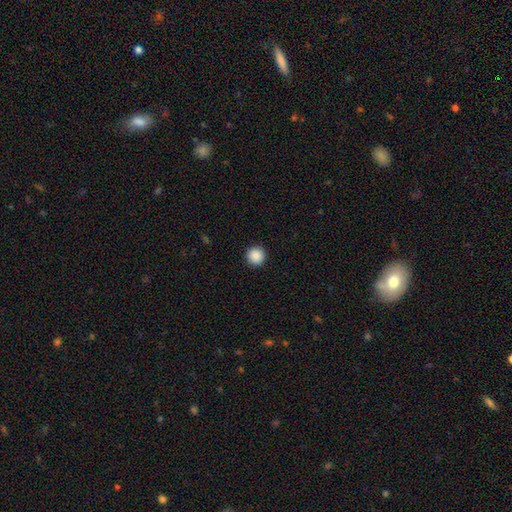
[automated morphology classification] This is clearly a smooth galaxy (89%). How rounded: clearly round (96%). Merging: clearly none (93%).